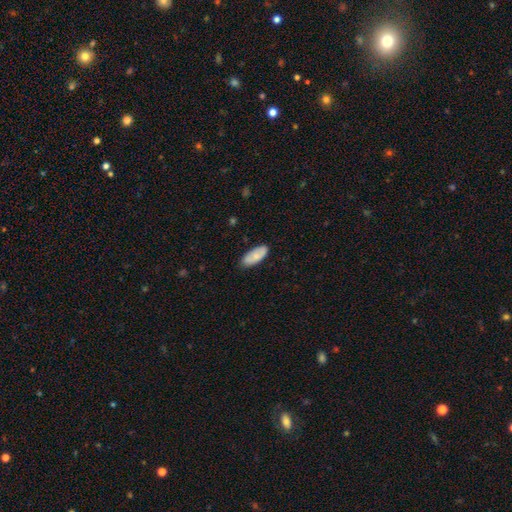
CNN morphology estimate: smooth 77%, featured or disk 18%, star or artifact 6%. Down the decision tree: how rounded — in between (88%); merging — none (81%).